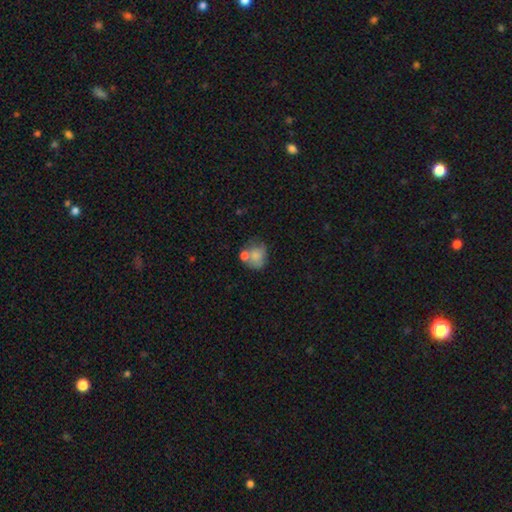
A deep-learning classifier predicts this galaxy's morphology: smooth_or_featured: smooth (p=0.68) [alt: featured or disk p=0.23]
how_rounded: round (p=0.61) [alt: in between p=0.38]
merging: merger (p=0.35) [alt: none p=0.34]